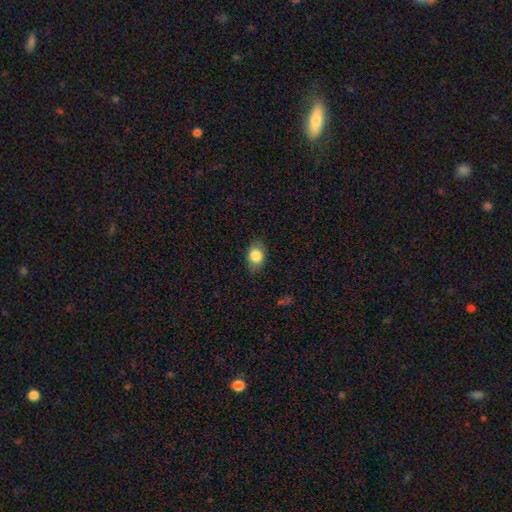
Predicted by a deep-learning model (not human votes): Smooth or featured? smooth (81%)
How rounded? in between (79%)
Merging? none (81%)